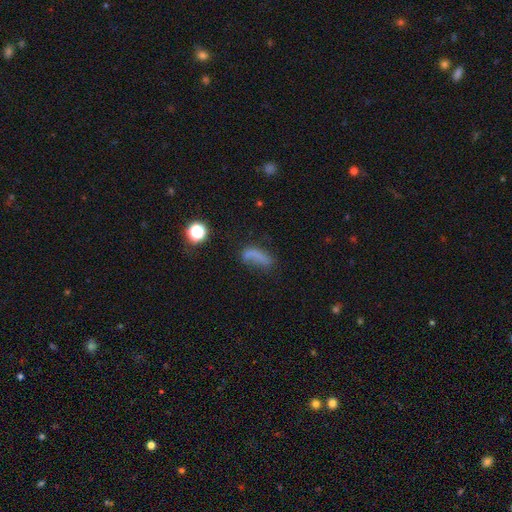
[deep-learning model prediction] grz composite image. It shows a smooth galaxy with no disk features (57%) that is in between round and cigar-shaped (63%). Merging: none (40%).